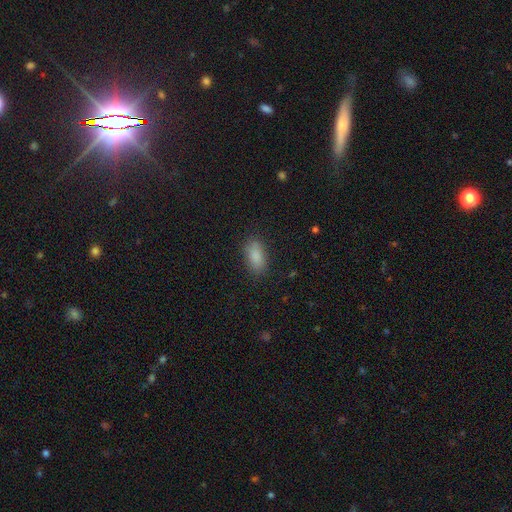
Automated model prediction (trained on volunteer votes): Q: Smooth or featured?
A: smooth (87%); runner-up: star or artifact (8%)
Q: How rounded?
A: in between (90%); runner-up: cigar-shaped (7%)
Q: Merging?
A: none (84%); runner-up: minor disturbance (12%)